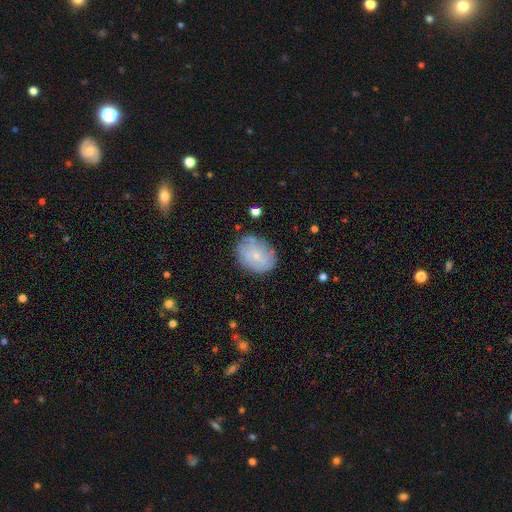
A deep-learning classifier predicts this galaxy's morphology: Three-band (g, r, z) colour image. It shows a featured or disk galaxy (53%) with no bar (73%), spiral arms (70%) and a small central bulge (78%). Merging: none (73%).